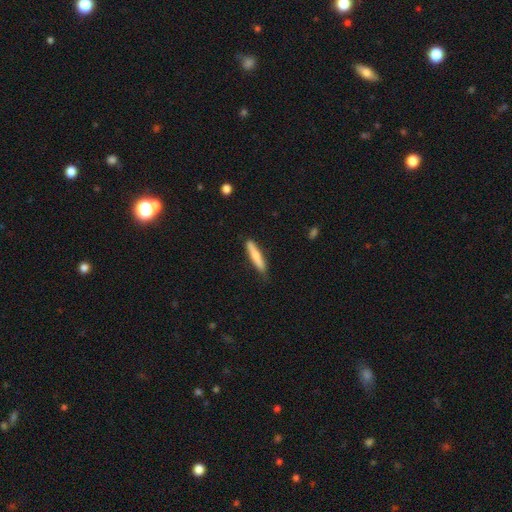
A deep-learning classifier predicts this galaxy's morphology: smooth 70%, featured or disk 24%, star or artifact 6%. Down the decision tree: how rounded — cigar-shaped (89%); merging — none (81%).